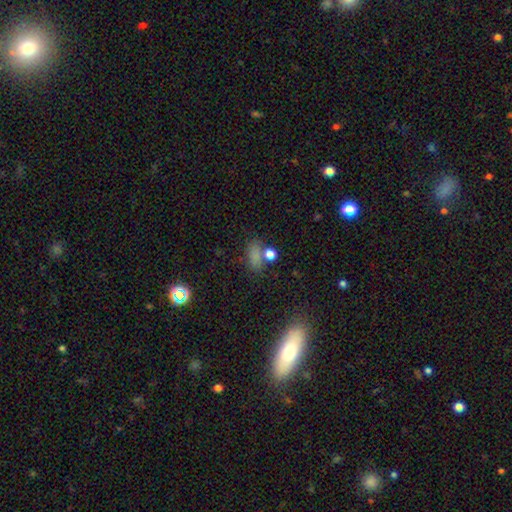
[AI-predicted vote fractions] This appears to be a smooth galaxy with no disk features (71%) that is in between round and cigar-shaped (75%). Merging: none (61%).